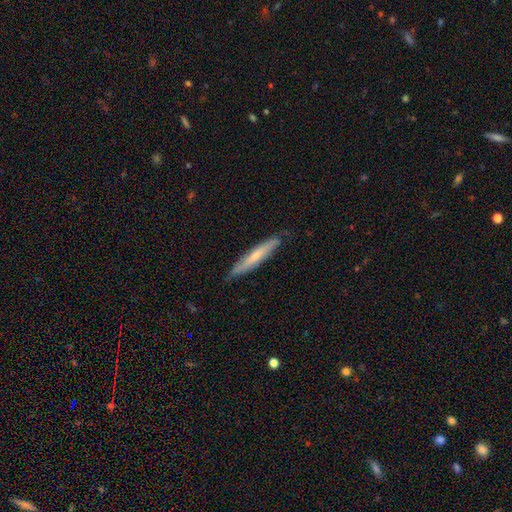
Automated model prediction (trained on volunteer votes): Q: Smooth or featured?
A: smooth (53%); runner-up: featured or disk (41%)
Q: How rounded?
A: cigar-shaped (92%); runner-up: in between (7%)
Q: Merging?
A: none (81%); runner-up: minor disturbance (15%)